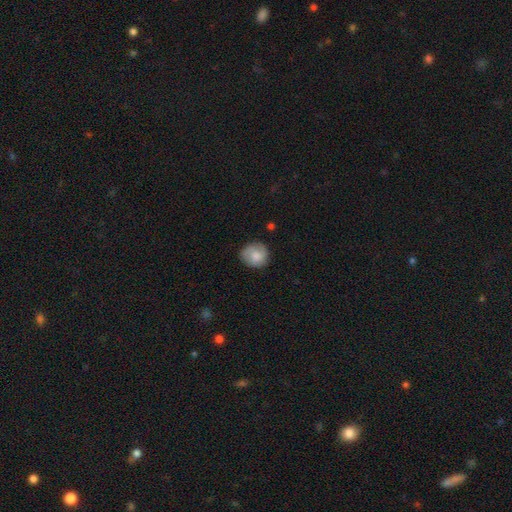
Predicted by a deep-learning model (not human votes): Morphology: type=smooth (76%); roundness=round (86%); merging=none (76%).